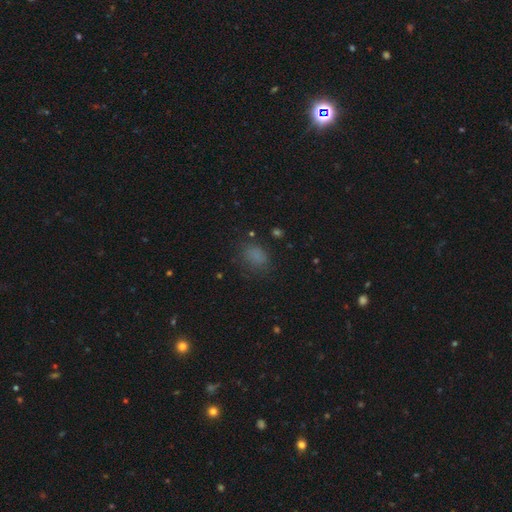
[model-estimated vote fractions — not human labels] Morphology: type=smooth (76%); roundness=in between (64%); merging=none (71%).